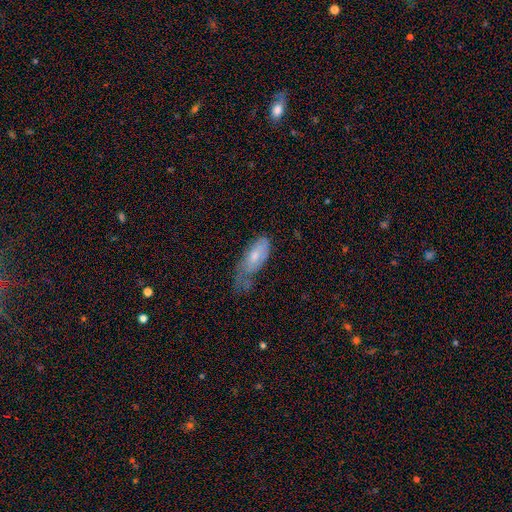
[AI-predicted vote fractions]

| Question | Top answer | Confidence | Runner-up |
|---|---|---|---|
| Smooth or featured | smooth | 64% | featured or disk (30%) |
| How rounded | in between | 81% | cigar-shaped (17%) |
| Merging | minor disturbance | 38% | major disturbance (34%) |